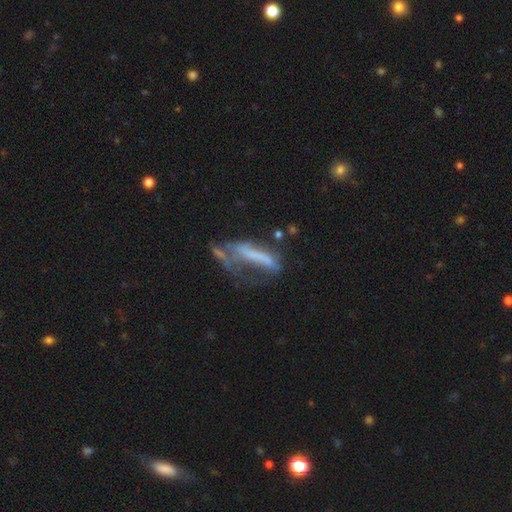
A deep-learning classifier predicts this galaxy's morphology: smooth_or_featured: featured or disk (p=0.50) [alt: smooth p=0.37]
merging: major disturbance (p=0.44) [alt: none p=0.21]